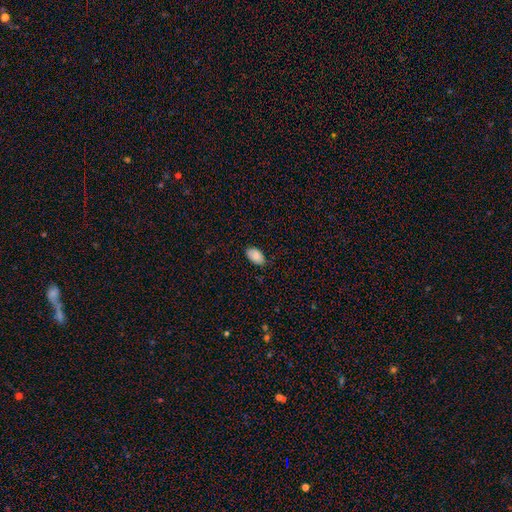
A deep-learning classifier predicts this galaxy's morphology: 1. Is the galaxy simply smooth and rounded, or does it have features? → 85% smooth, 8% featured or disk, 7% star or artifact.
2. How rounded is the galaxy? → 94% in between, 4% round, 1% cigar-shaped.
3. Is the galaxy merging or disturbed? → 79% none, 17% minor disturbance, 3% major disturbance, 1% merger.